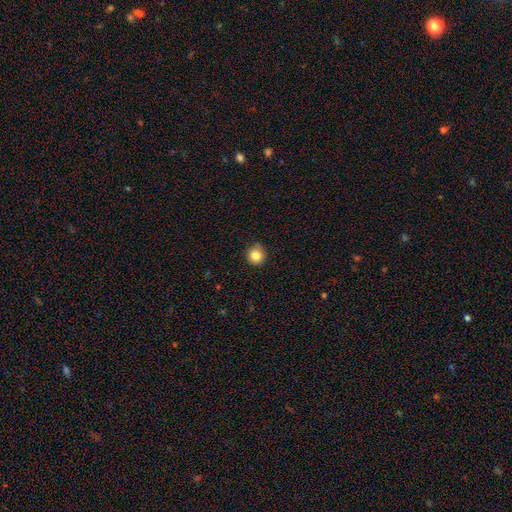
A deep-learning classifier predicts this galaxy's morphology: The model was most divided on "merging": none: 82%, minor disturbance: 14%, major disturbance: 2%, merger: 1%. More confident: how rounded — round (92%); smooth or featured — smooth (83%).